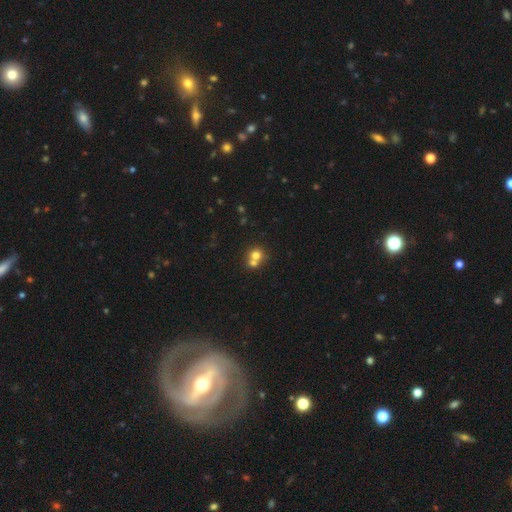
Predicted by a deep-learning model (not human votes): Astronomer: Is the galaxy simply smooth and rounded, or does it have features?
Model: smooth — 72%.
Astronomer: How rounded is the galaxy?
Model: round — 85%.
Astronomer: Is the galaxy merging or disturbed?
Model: merger — 54% (runner-up: none, 39%).